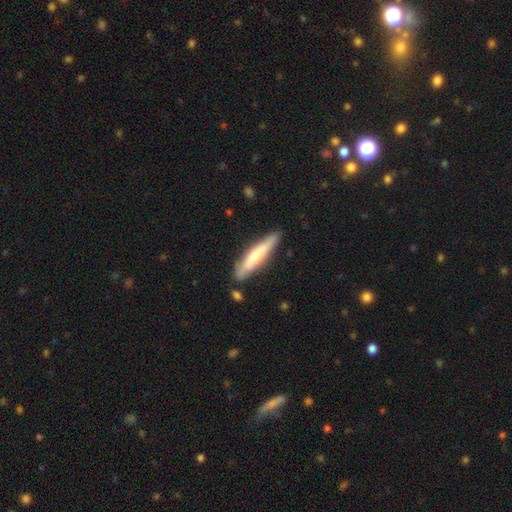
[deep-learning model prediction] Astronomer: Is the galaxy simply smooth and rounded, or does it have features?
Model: smooth — 60%.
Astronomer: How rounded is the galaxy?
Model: cigar-shaped — 88%.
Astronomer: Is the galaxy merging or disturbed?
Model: none — 76%.